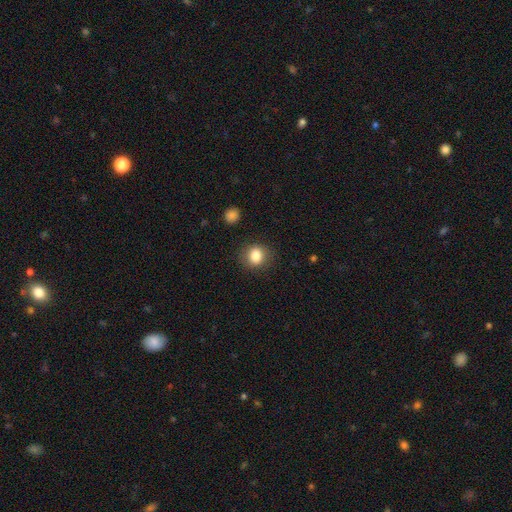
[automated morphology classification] A smooth galaxy with no disk features (84%) that is round (74%). Merging: none (86%).